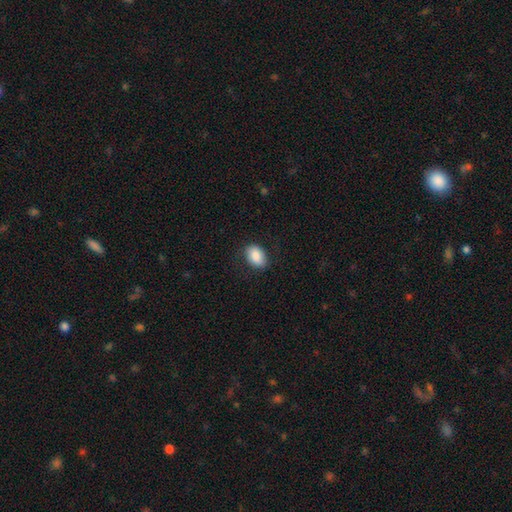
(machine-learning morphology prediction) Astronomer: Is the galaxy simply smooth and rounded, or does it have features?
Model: smooth — 85%.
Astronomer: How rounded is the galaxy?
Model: in between — 82%.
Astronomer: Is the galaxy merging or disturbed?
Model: none — 80%.